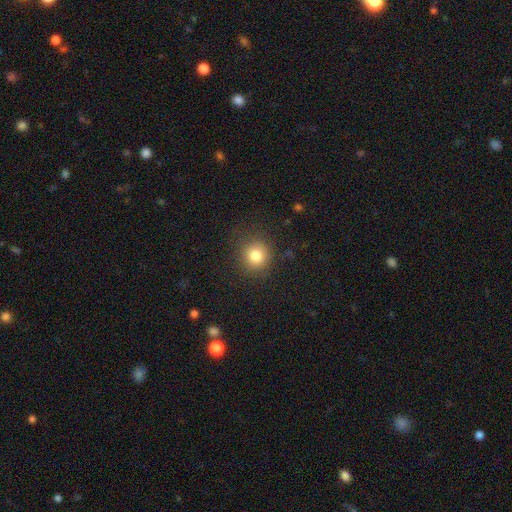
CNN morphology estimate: type=smooth (82%); roundness=round (88%); merging=none (87%).